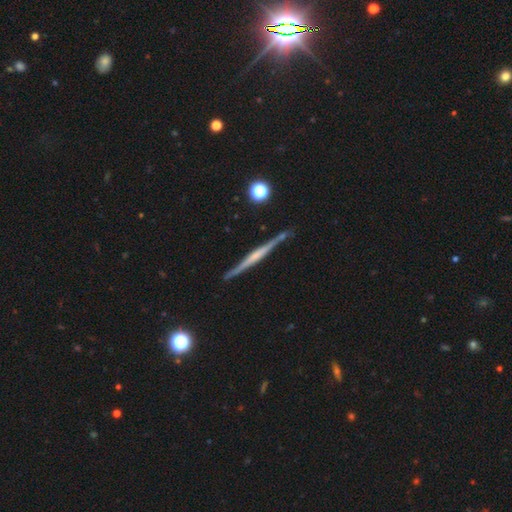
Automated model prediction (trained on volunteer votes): A featured or disk galaxy (73%) viewed edge-on (98%) with no central bulge (41%).

Vote fractions:
- Smooth or featured? featured or disk: 73% / smooth: 21% / star or artifact: 6%
- Edge-on disk? yes: 98% / no: 2%
- Edge-on bulge? none: 41% / rounded: 37% / boxy: 22%
- Merging? none: 87% / minor disturbance: 9% / merger: 2% / major disturbance: 2%